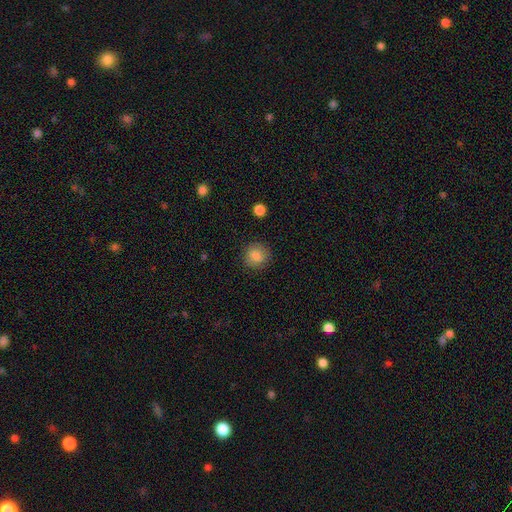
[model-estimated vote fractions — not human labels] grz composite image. It shows a smooth galaxy with no disk features (86%) that is round (87%). Merging: none (87%).